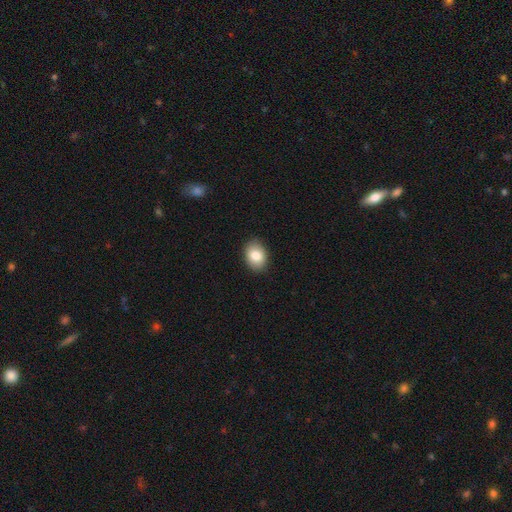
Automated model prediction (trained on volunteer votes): A smooth galaxy with no disk features (83%) that is in between round and cigar-shaped (73%).

Vote fractions:
- Smooth or featured? smooth: 83% / featured or disk: 9% / star or artifact: 8%
- How rounded? in between: 73% / round: 26% / cigar-shaped: 1%
- Merging? none: 88% / minor disturbance: 9% / major disturbance: 2% / merger: 1%